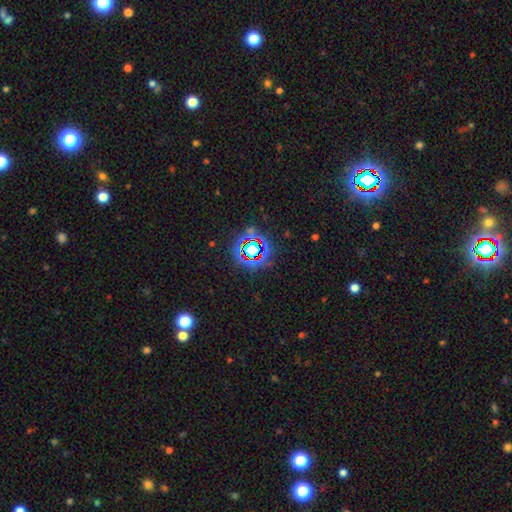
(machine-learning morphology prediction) Smooth or featured: star or artifact — 77% (smooth — 14%)